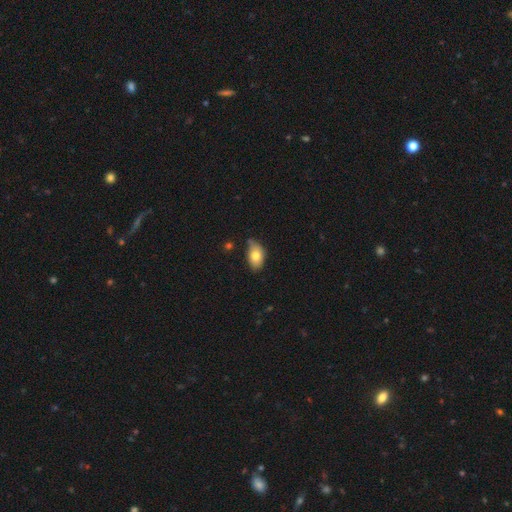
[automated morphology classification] The model was most divided on "merging": none: 52%, minor disturbance: 36%, major disturbance: 7%, merger: 5%. More confident: how rounded — in between (89%); smooth or featured — smooth (77%).